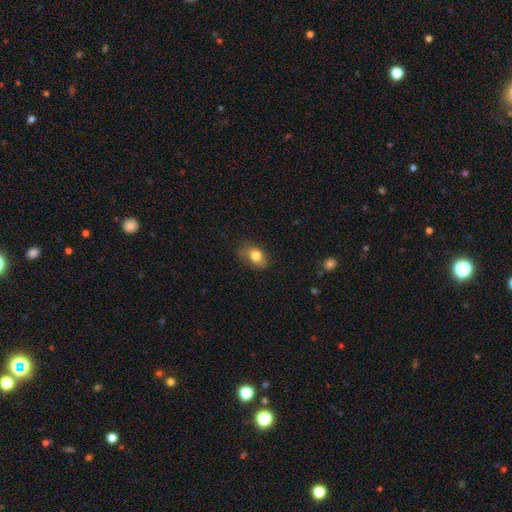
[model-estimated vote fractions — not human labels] Q: Smooth or featured?
A: smooth (78%); runner-up: featured or disk (13%)
Q: How rounded?
A: in between (75%); runner-up: round (22%)
Q: Merging?
A: none (65%); runner-up: minor disturbance (26%)